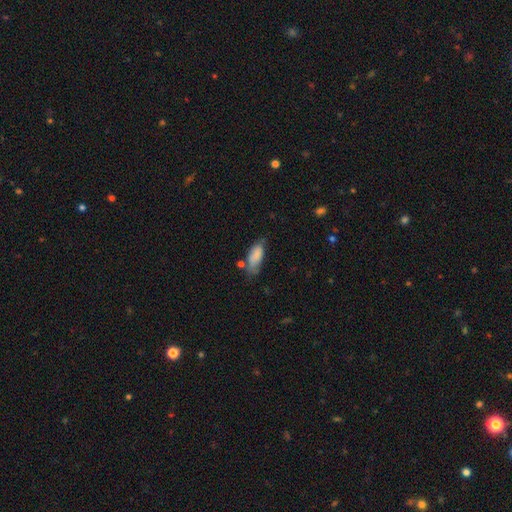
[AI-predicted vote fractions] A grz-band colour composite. It shows a smooth galaxy with no disk features (82%) that is in between round and cigar-shaped (81%). Merging: none (48%).